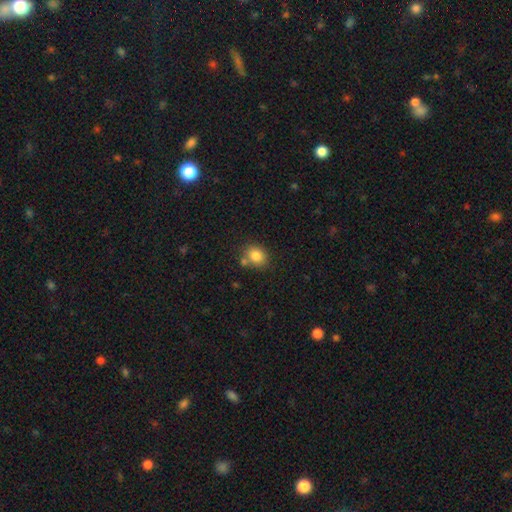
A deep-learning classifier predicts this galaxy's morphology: A smooth galaxy with no disk features (84%) that is round (60%). Merging: none (69%).